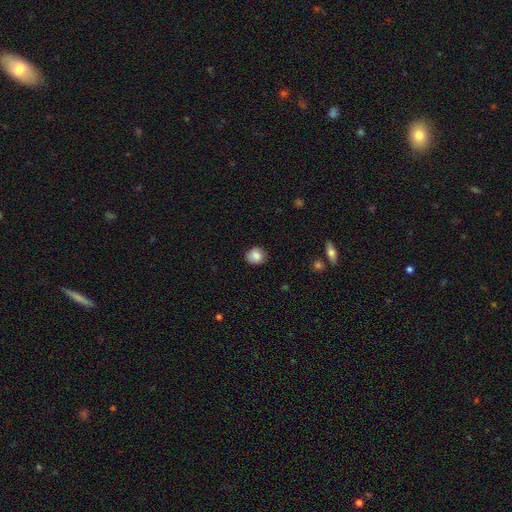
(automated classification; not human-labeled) Q: Smooth or featured?
A: smooth (85%); runner-up: star or artifact (9%)
Q: How rounded?
A: round (79%); runner-up: in between (20%)
Q: Merging?
A: none (86%); runner-up: minor disturbance (10%)